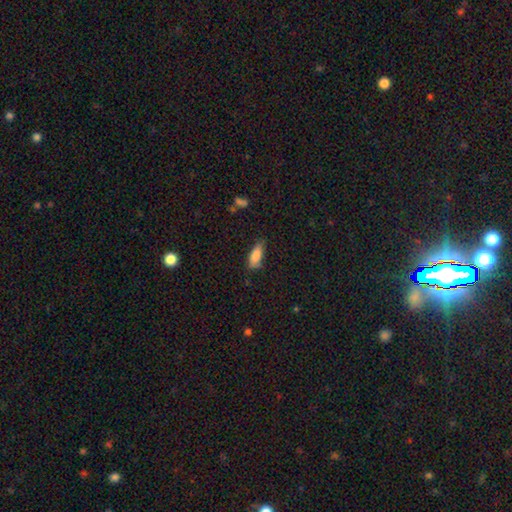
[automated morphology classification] smooth_or_featured: smooth (p=0.82) [alt: featured or disk p=0.11]
how_rounded: in between (p=0.67) [alt: cigar-shaped p=0.31]
merging: none (p=0.68) [alt: minor disturbance p=0.24]